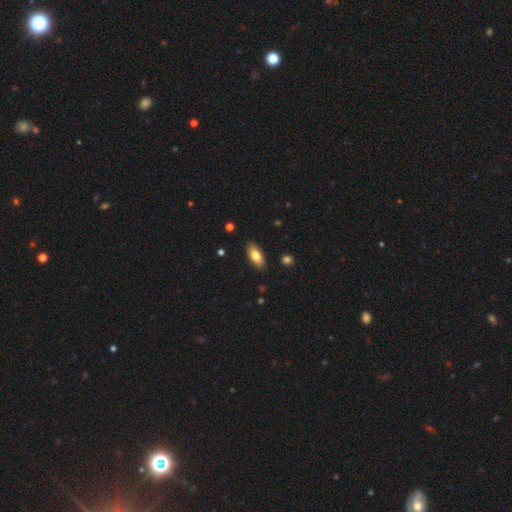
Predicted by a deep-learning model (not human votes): Smooth or featured? Predicted: smooth (p=0.79). How rounded? Predicted: in between (p=0.87). Merging? Predicted: none (p=0.88).